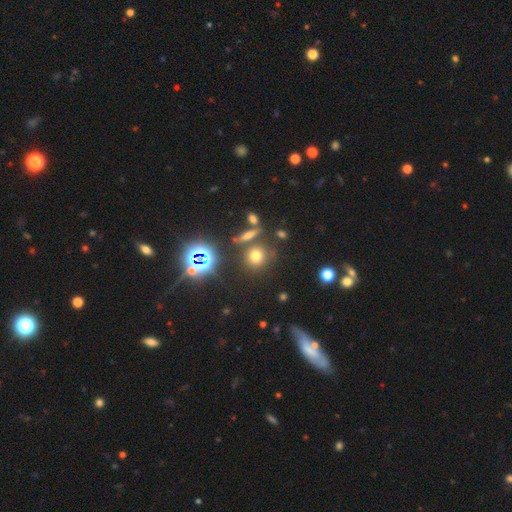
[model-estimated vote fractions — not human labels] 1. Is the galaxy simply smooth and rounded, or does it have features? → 62% smooth, 27% star or artifact, 11% featured or disk.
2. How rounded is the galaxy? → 83% round, 15% in between, 3% cigar-shaped.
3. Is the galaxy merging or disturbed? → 74% none, 12% merger, 10% minor disturbance, 4% major disturbance.